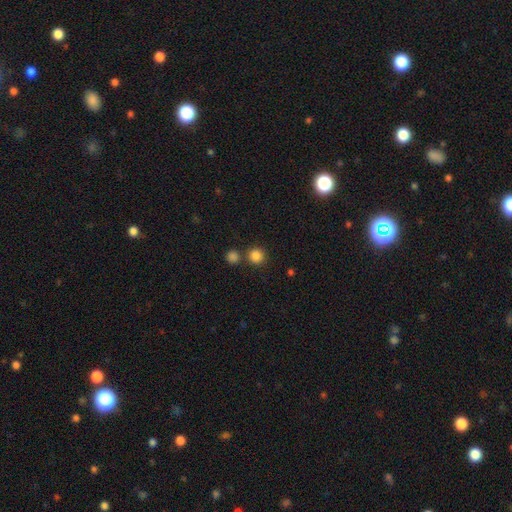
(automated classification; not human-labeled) Smooth or featured: smooth — 83% (star or artifact — 12%)
How rounded: round — 93% (in between — 6%)
Merging: none — 75% (merger — 16%)